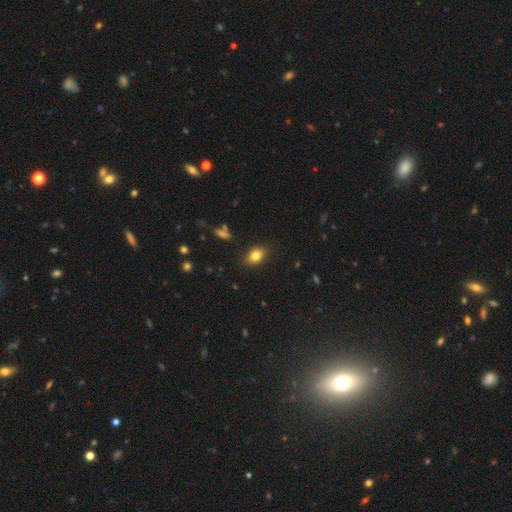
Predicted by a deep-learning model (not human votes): This is clearly a smooth galaxy (81%). How rounded: likely in between (77%). Merging: clearly none (85%).